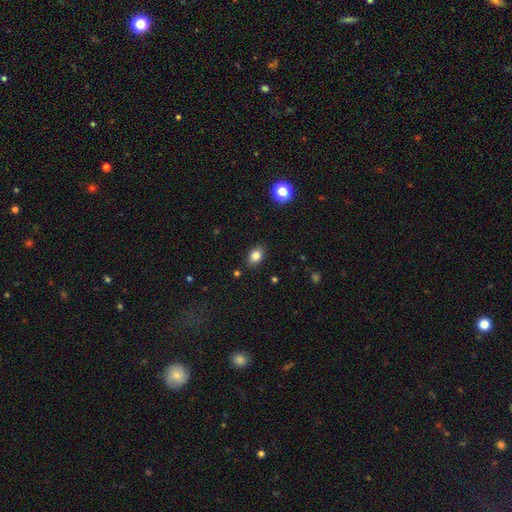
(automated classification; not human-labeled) Smooth or featured? Predicted: smooth (p=0.82). How rounded? Predicted: in between (p=0.79). Merging? Predicted: none (p=0.86).